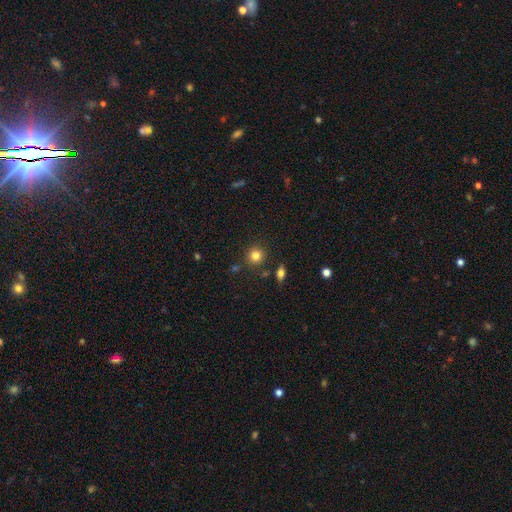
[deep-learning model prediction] A smooth galaxy with no disk features (81%) that is round (91%).

Vote fractions:
- Smooth or featured? smooth: 81% / star or artifact: 12% / featured or disk: 7%
- How rounded? round: 91% / in between: 8% / cigar-shaped: 1%
- Merging? none: 85% / minor disturbance: 8% / merger: 5% / major disturbance: 3%